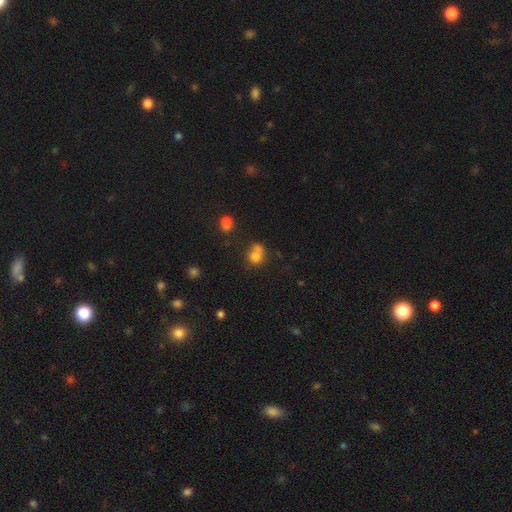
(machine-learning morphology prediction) Smooth or featured: smooth — 76% (star or artifact — 13%)
How rounded: round — 70% (in between — 28%)
Merging: merger — 39% (none — 38%)